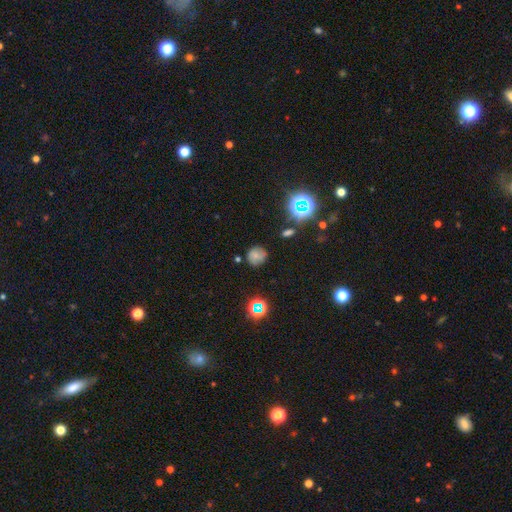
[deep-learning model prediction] Q: Smooth or featured?
A: smooth (64%); runner-up: star or artifact (21%)
Q: How rounded?
A: round (84%); runner-up: in between (15%)
Q: Merging?
A: none (73%); runner-up: minor disturbance (19%)